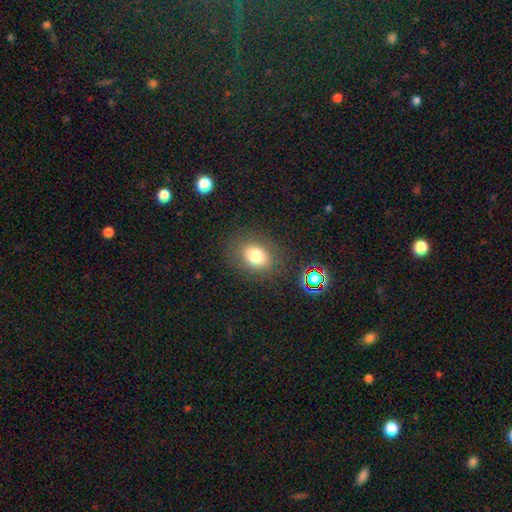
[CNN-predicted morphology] type=smooth (77%); roundness=in between (52%); merging=none (82%).